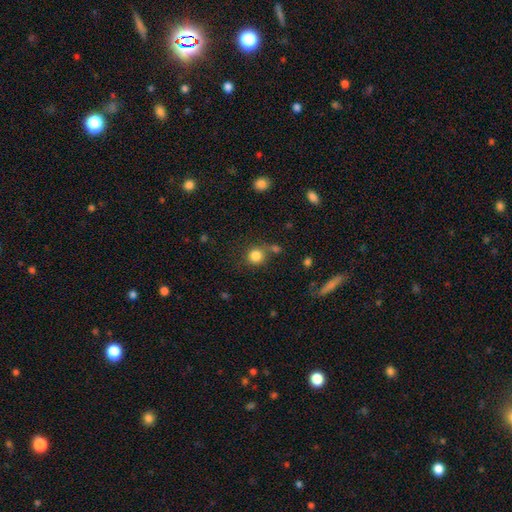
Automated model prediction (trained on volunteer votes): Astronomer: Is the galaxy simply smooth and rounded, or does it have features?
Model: smooth — 83%.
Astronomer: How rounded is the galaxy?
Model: round — 90%.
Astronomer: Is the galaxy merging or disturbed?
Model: none — 68%.